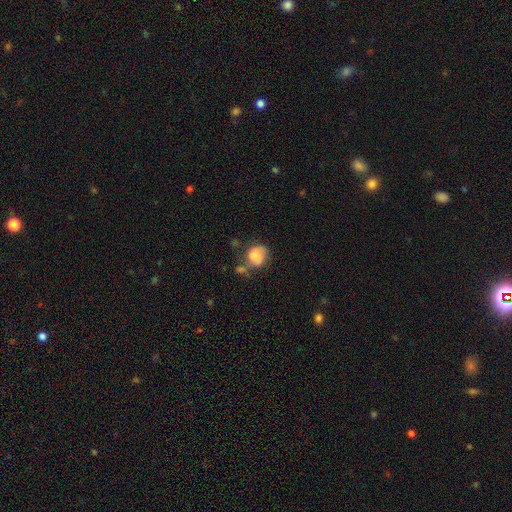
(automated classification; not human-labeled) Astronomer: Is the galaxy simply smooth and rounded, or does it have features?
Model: smooth — 70%.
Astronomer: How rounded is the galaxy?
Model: round — 72%.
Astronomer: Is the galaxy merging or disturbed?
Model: none — 44% (runner-up: minor disturbance, 26%).